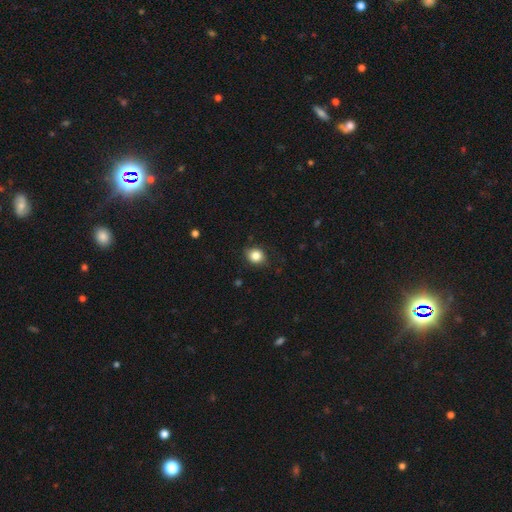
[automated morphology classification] A smooth galaxy with no disk features (84%) that is round (66%).

Vote fractions:
- Smooth or featured? smooth: 84% / star or artifact: 10% / featured or disk: 6%
- How rounded? round: 66% / in between: 33% / cigar-shaped: 1%
- Merging? none: 79% / minor disturbance: 16% / major disturbance: 4% / merger: 1%